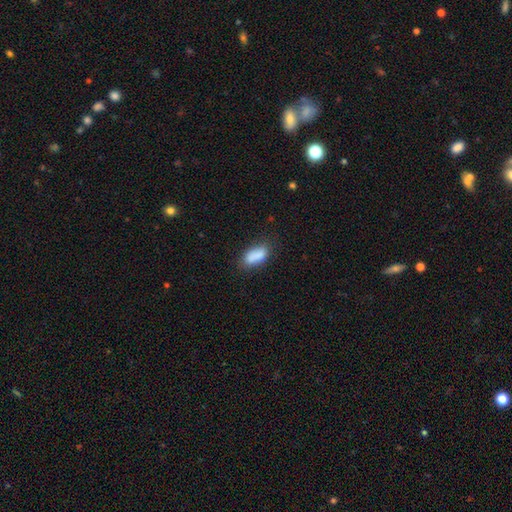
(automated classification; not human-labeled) Overall: smooth (82%). How rounded: in between (84%). Merging: none (65%).